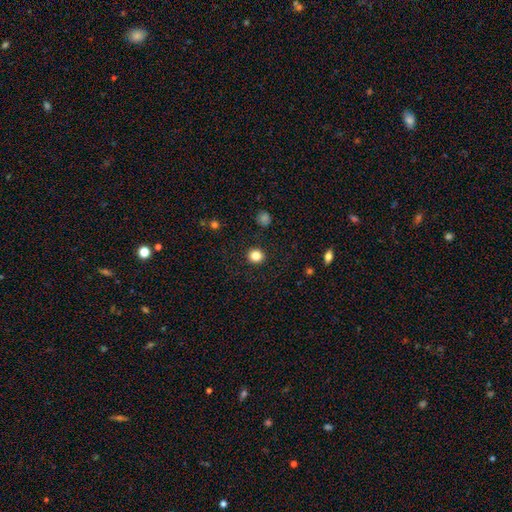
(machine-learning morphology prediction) smooth 84%, star or artifact 11%, featured or disk 5%. Down the decision tree: how rounded — round (89%); merging — none (92%).